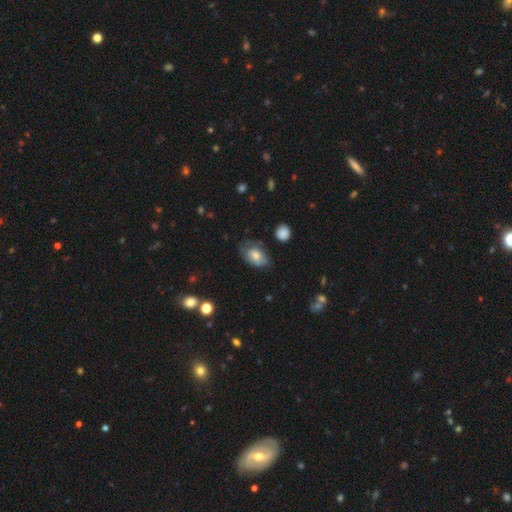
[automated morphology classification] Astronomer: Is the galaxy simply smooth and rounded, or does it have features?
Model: smooth — 63%.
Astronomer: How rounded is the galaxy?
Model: in between — 86%.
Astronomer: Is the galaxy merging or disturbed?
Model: none — 53% (runner-up: minor disturbance, 33%).